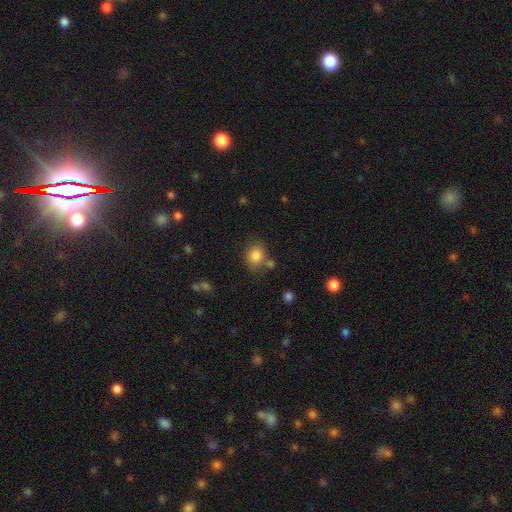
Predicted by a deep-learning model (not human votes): Smooth or featured?
  - smooth: 85% *
  - star or artifact: 10%
  - featured or disk: 6%
How rounded?
  - round: 60% *
  - in between: 39%
  - cigar-shaped: 1%
Merging?
  - none: 69% *
  - minor disturbance: 14%
  - merger: 12%
  - major disturbance: 5%